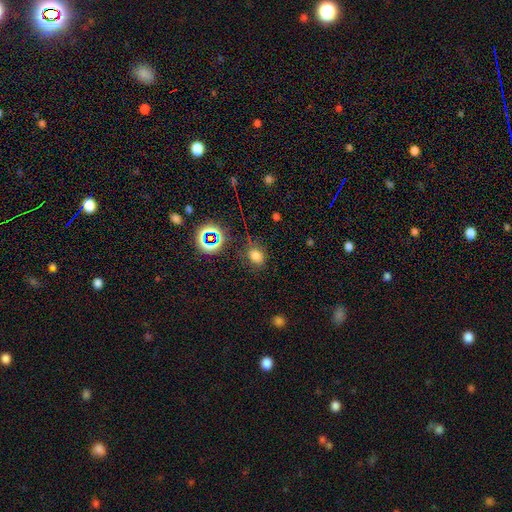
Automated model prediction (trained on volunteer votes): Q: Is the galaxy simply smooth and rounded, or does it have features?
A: smooth — 70%.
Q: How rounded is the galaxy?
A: in between — 55%.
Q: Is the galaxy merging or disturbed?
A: none — 74%.